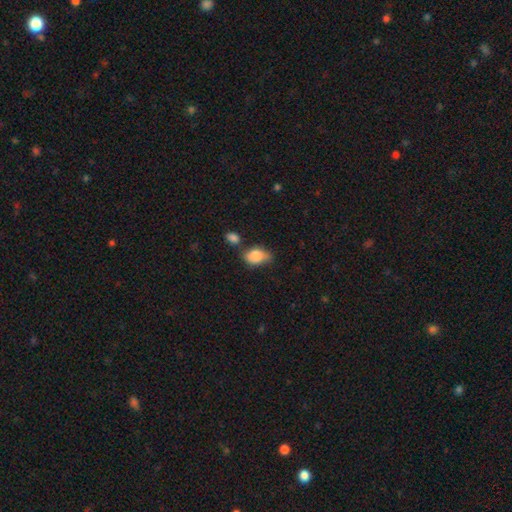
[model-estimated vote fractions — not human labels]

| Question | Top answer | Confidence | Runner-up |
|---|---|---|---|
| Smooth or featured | smooth | 84% | featured or disk (8%) |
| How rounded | in between | 83% | round (15%) |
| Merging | none | 51% | minor disturbance (28%) |